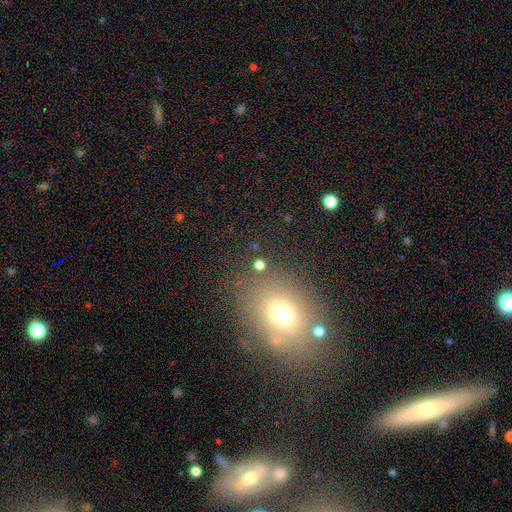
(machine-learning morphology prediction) Smooth or featured: smooth — 51% (star or artifact — 32%)
How rounded: round — 49% (in between — 48%)
Merging: none — 76% (minor disturbance — 12%)